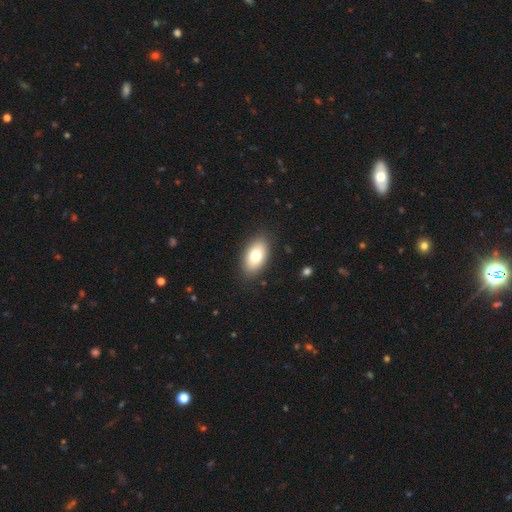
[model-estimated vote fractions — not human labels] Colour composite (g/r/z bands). It shows a smooth galaxy with no disk features (75%) that is in between round and cigar-shaped (92%). Merging: none (87%).